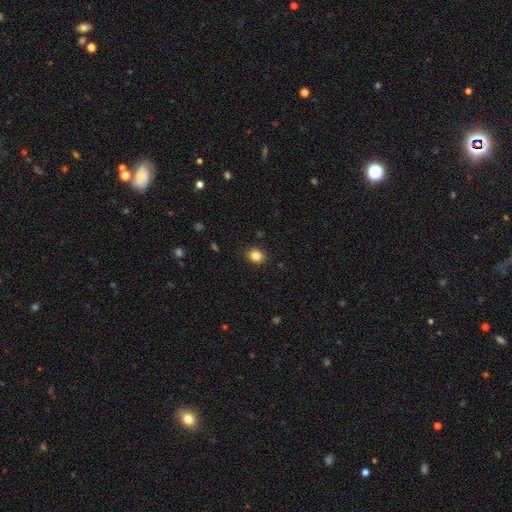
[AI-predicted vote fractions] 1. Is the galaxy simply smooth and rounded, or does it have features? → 84% smooth, 10% star or artifact, 6% featured or disk.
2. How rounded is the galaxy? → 58% round, 41% in between, 1% cigar-shaped.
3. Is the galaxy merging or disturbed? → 90% none, 7% minor disturbance, 2% major disturbance, 1% merger.